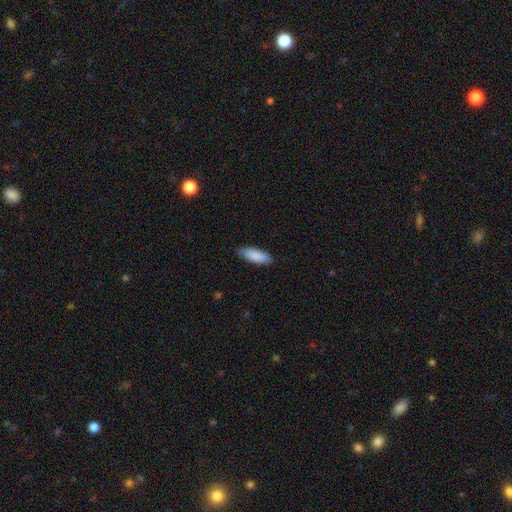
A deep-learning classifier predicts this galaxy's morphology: Q: Smooth or featured?
A: smooth (89%); runner-up: featured or disk (6%)
Q: How rounded?
A: in between (67%); runner-up: cigar-shaped (31%)
Q: Merging?
A: none (86%); runner-up: minor disturbance (11%)